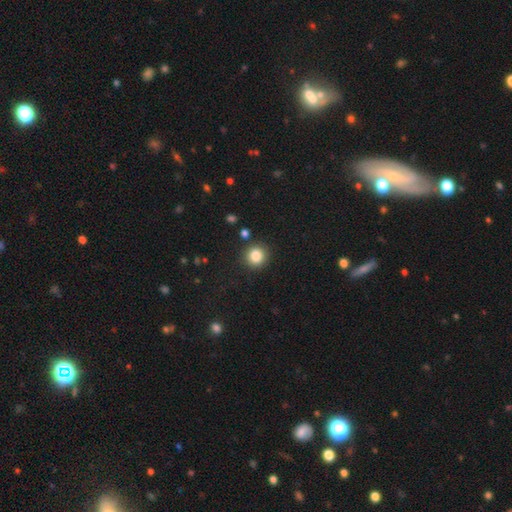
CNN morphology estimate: The model was most divided on "smooth or featured": smooth: 85%, star or artifact: 10%, featured or disk: 5%. More confident: how rounded — round (92%); merging — none (89%).